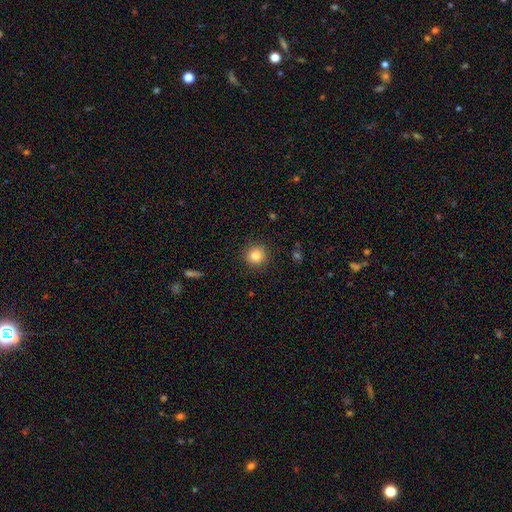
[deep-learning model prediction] Smooth or featured? smooth (84%)
How rounded? round (93%)
Merging? none (90%)